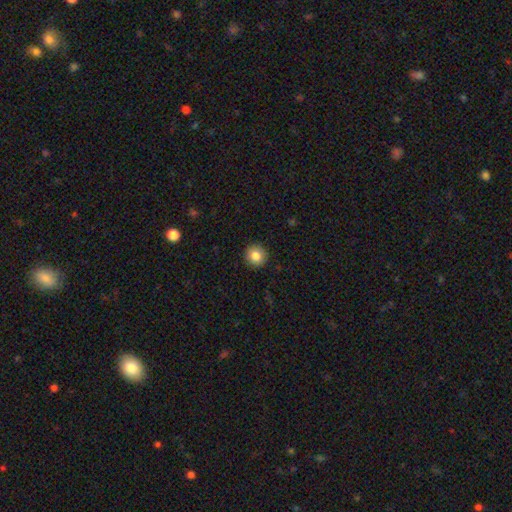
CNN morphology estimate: smooth 84%, star or artifact 9%, featured or disk 7%. Down the decision tree: how rounded — round (95%); merging — none (92%).